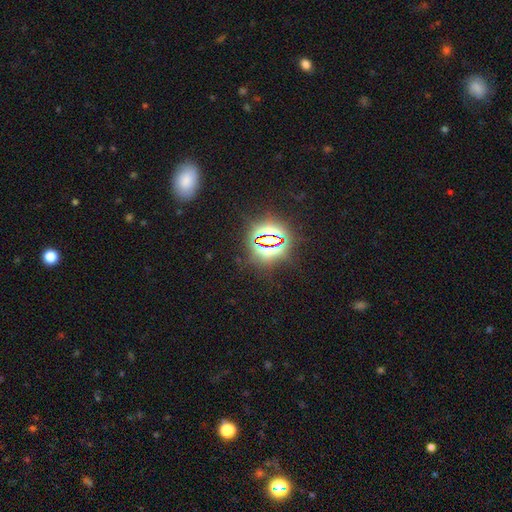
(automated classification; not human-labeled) star or artifact 80%, smooth 12%, featured or disk 8%.